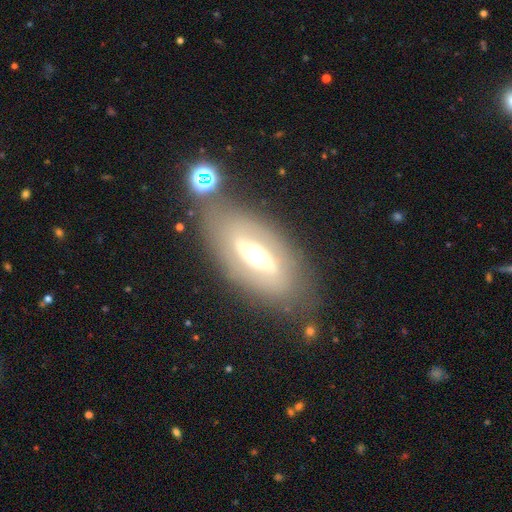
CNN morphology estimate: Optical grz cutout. It shows a featured or disk galaxy (68%) with a weak bar (37%), spiral arms (56%) and a moderate central bulge (67%). Merging: none (73%).